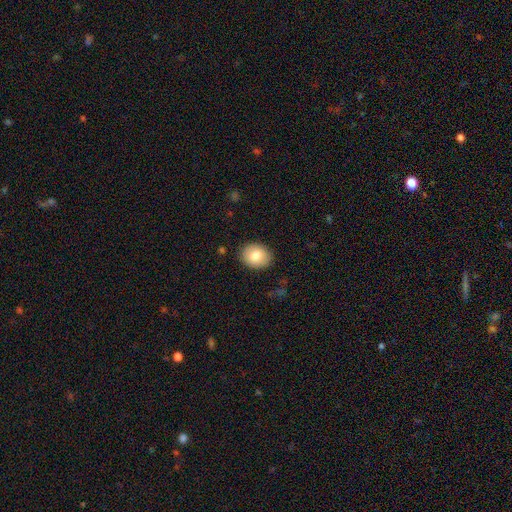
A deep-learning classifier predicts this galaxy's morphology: Smooth or featured?
  - smooth: 81% *
  - featured or disk: 12%
  - star or artifact: 7%
How rounded?
  - round: 50% *
  - in between: 49%
  - cigar-shaped: 1%
Merging?
  - none: 88% *
  - minor disturbance: 9%
  - major disturbance: 2%
  - merger: 1%